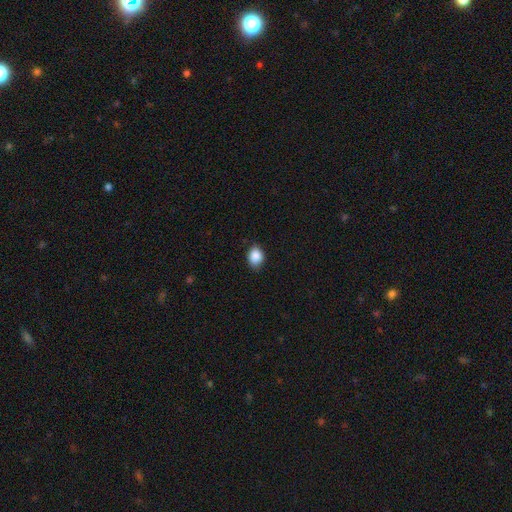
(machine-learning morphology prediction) Smooth or featured? smooth (87%)
How rounded? in between (64%)
Merging? none (78%)